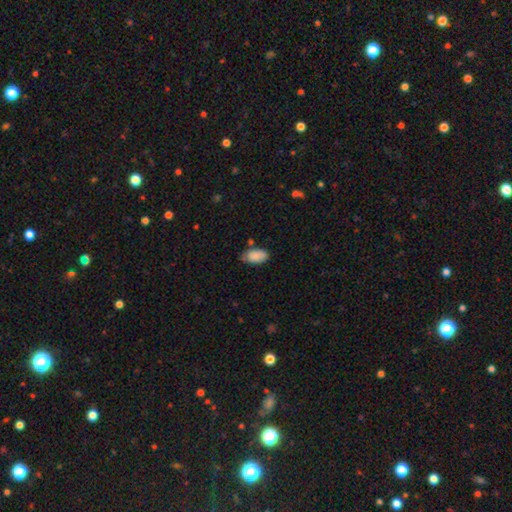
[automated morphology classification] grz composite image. It shows a smooth galaxy with no disk features (87%) that is in between round and cigar-shaped (95%). Merging: none (65%).